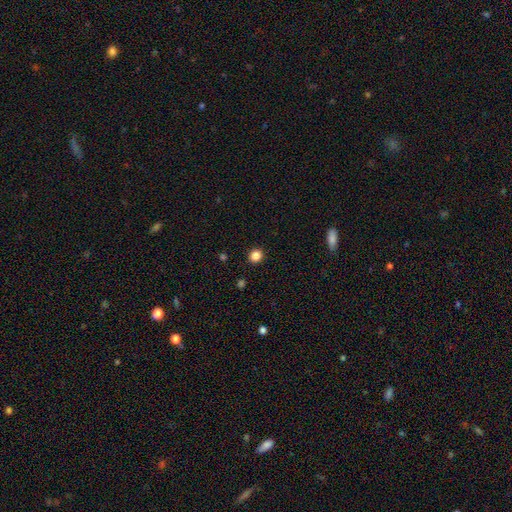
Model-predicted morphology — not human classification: A smooth galaxy with no disk features (85%) that is round (84%). Merging: none (92%).